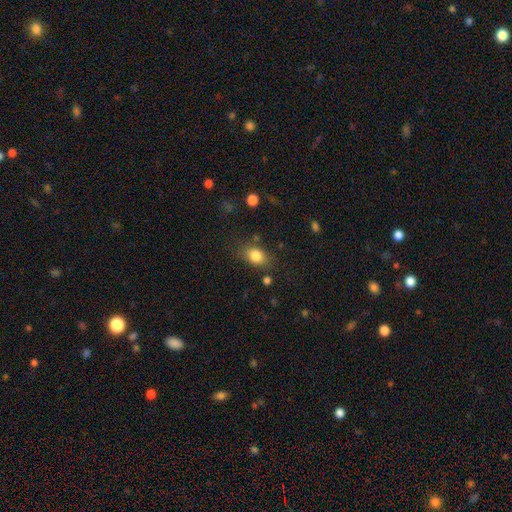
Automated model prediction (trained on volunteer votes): A smooth galaxy with no disk features (83%) that is in between round and cigar-shaped (75%). Merging: none (76%).